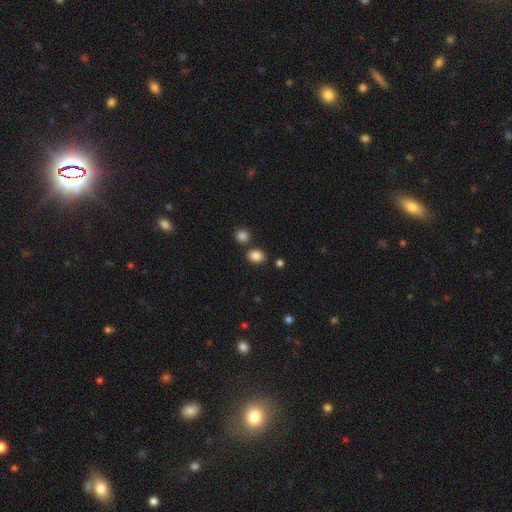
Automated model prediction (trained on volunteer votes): Smooth or featured? smooth (85%)
How rounded? in between (58%)
Merging? none (77%)